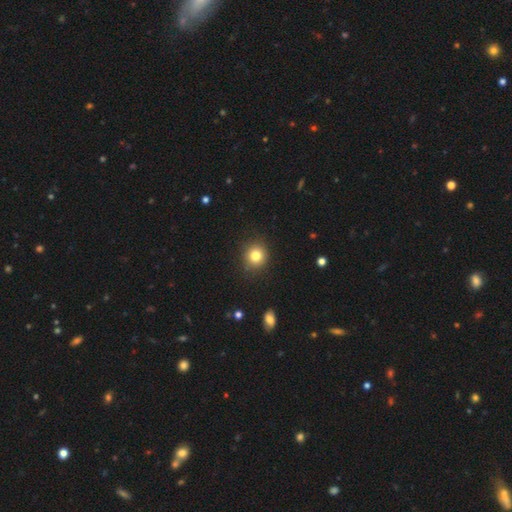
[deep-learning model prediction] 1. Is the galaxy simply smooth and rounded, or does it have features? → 82% smooth, 11% star or artifact, 7% featured or disk.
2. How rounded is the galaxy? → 88% round, 11% in between, 1% cigar-shaped.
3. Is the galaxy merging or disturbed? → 89% none, 8% minor disturbance, 2% major disturbance, 1% merger.